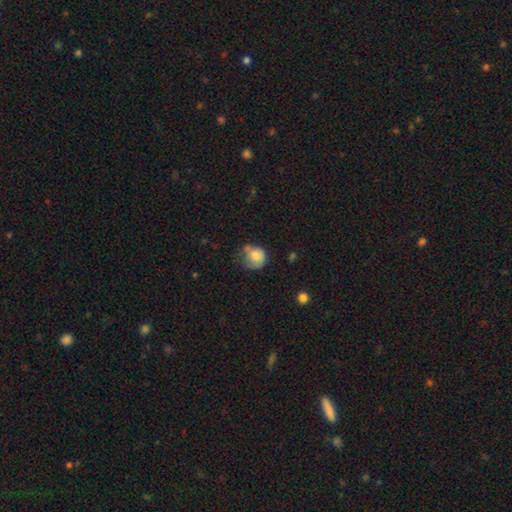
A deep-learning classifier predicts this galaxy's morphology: A smooth galaxy with no disk features (73%) that is round (77%).

Vote fractions:
- Smooth or featured? smooth: 73% / featured or disk: 18% / star or artifact: 9%
- How rounded? round: 77% / in between: 22% / cigar-shaped: 1%
- Merging? none: 42% / minor disturbance: 36% / major disturbance: 15% / merger: 7%